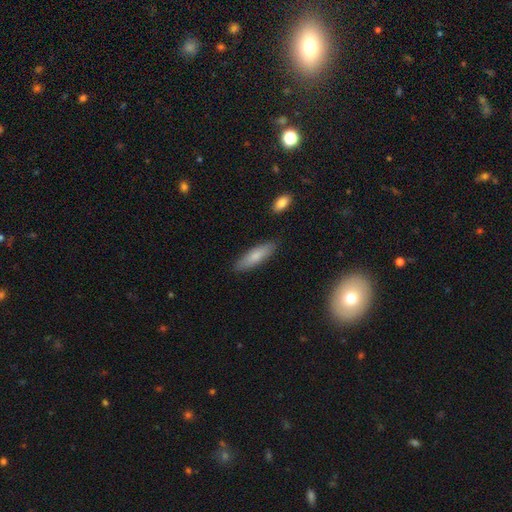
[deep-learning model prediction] Q: Smooth or featured?
A: smooth (78%); runner-up: featured or disk (16%)
Q: How rounded?
A: cigar-shaped (62%); runner-up: in between (37%)
Q: Merging?
A: none (86%); runner-up: minor disturbance (10%)